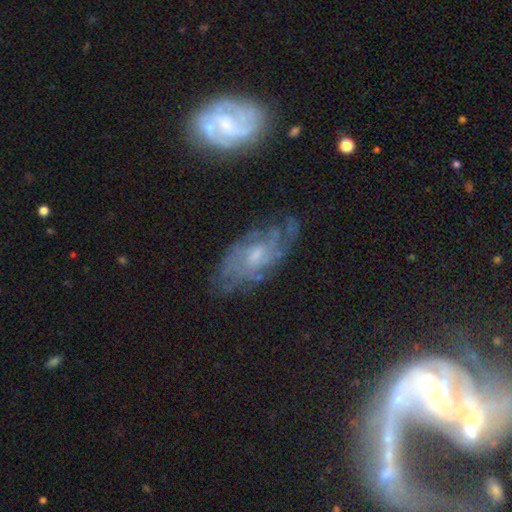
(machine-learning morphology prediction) Smooth or featured? featured or disk (71%)
Edge-on disk? no (92%)
Bar? no (58%)
Spiral arms? yes (84%)
Spiral winding? tight (50%)
Spiral arm count? can't tell (55%)
Bulge size? small (52%)
Merging? none (64%)